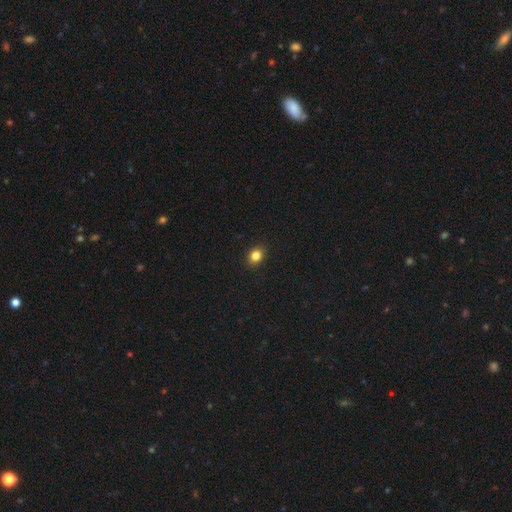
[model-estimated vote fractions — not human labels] A smooth galaxy with no disk features (83%) that is round (52%).

Vote fractions:
- Smooth or featured? smooth: 83% / star or artifact: 11% / featured or disk: 5%
- How rounded? round: 52% / in between: 47% / cigar-shaped: 1%
- Merging? none: 90% / minor disturbance: 7% / major disturbance: 2% / merger: 1%